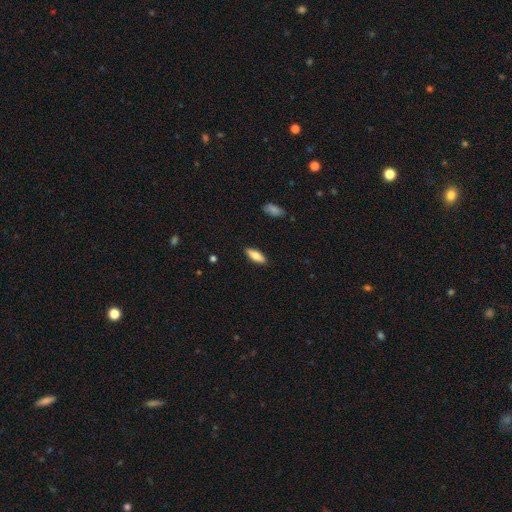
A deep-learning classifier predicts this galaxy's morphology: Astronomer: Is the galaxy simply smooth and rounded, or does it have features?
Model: smooth — 78%.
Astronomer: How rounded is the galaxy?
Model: in between — 65%.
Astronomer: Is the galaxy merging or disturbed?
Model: none — 89%.